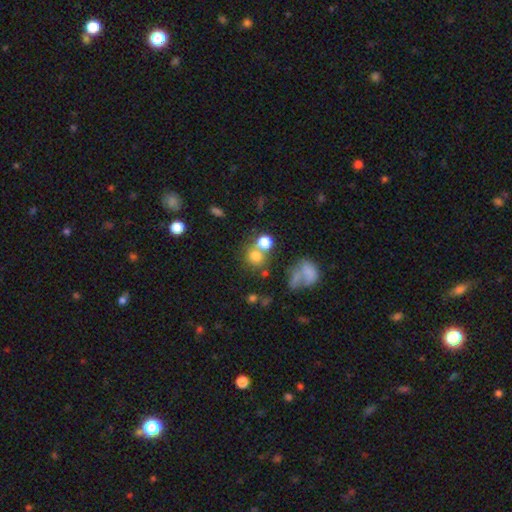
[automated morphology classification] type=smooth (72%); roundness=round (81%); merging=none (52%).